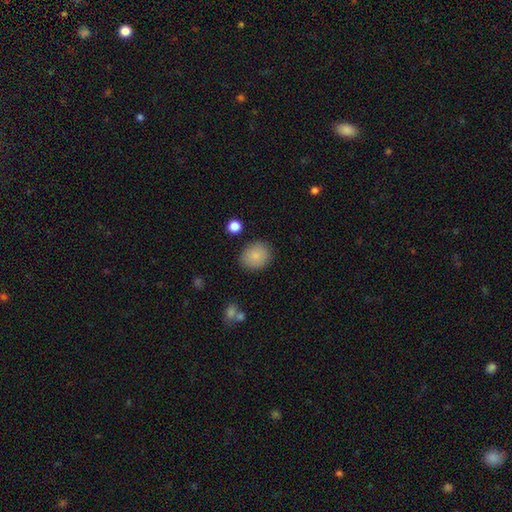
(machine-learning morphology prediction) A smooth galaxy with no disk features (86%) that is round (66%).

Vote fractions:
- Smooth or featured? smooth: 86% / star or artifact: 8% / featured or disk: 6%
- How rounded? round: 66% / in between: 33% / cigar-shaped: 1%
- Merging? none: 86% / minor disturbance: 9% / major disturbance: 3% / merger: 2%